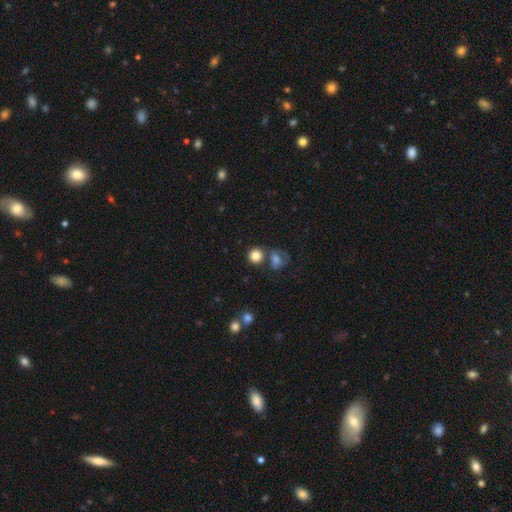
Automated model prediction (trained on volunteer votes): This is clearly a smooth galaxy (83%). How rounded: clearly round (87%). Merging: likely none (64%).